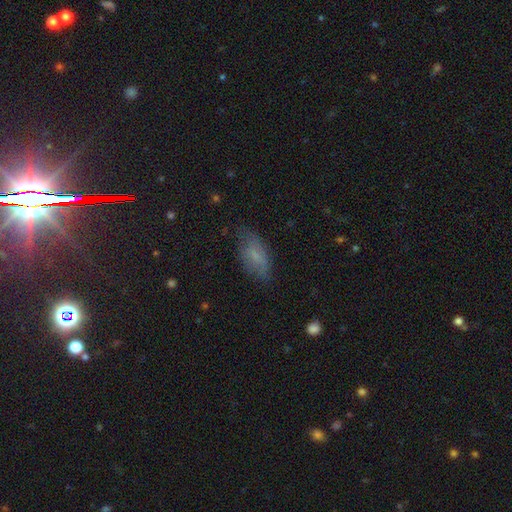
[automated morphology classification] The model was most divided on "smooth or featured": smooth: 66%, featured or disk: 24%, star or artifact: 10%. More confident: how rounded — in between (84%); merging — none (68%).